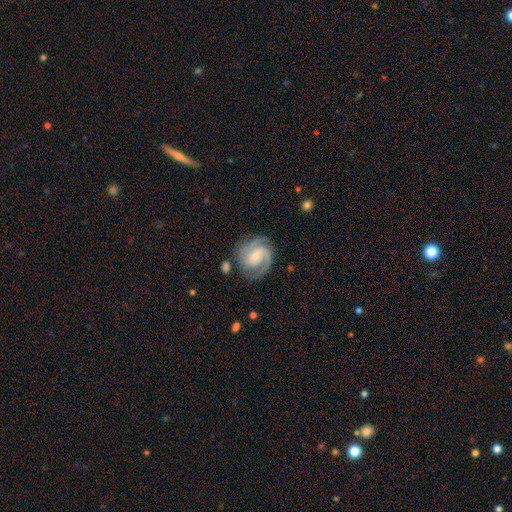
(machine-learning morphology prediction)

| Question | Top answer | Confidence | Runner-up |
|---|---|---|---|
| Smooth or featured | featured or disk | 86% | smooth (9%) |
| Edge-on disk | no | 98% | yes (2%) |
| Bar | no | 45% | weak (44%) |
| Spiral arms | yes | 97% | no (3%) |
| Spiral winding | tight | 47% | medium (43%) |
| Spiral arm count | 2 | 53% | 3 (22%) |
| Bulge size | small | 66% | moderate (23%) |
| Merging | none | 73% | minor disturbance (16%) |